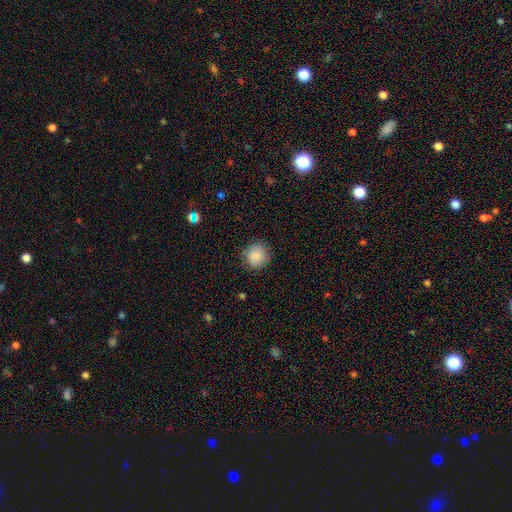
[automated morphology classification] Smooth or featured?
  - smooth: 88% *
  - star or artifact: 7%
  - featured or disk: 5%
How rounded?
  - round: 90% *
  - in between: 9%
  - cigar-shaped: 1%
Merging?
  - none: 86% *
  - minor disturbance: 11%
  - major disturbance: 3%
  - merger: 1%